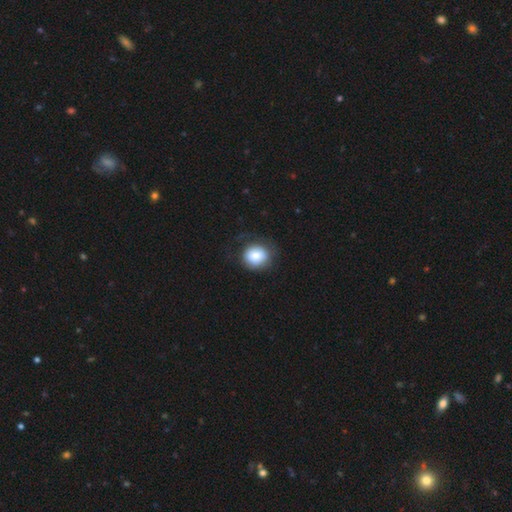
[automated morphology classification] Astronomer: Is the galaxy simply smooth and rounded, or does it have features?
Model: smooth — 78%.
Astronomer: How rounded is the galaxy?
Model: round — 83%.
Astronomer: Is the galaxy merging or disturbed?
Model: none — 74%.